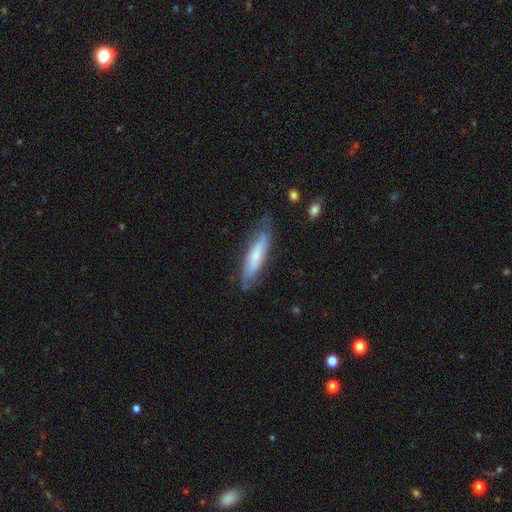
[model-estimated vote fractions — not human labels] This appears to be a smooth galaxy with no disk features (50%). Merging: none (70%).